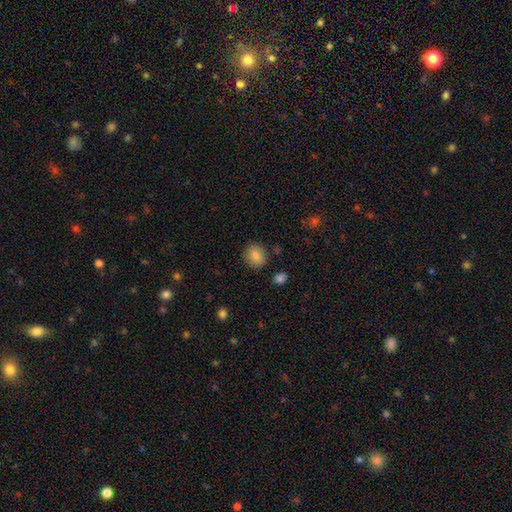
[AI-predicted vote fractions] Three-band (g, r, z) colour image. It shows a smooth galaxy with no disk features (85%) that is round (75%). Merging: none (87%).